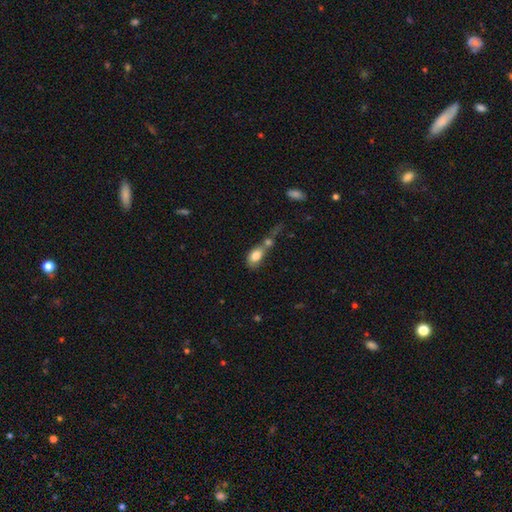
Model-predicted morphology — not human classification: Smooth or featured?
  - smooth: 78% *
  - featured or disk: 14%
  - star or artifact: 8%
How rounded?
  - in between: 78% *
  - round: 18%
  - cigar-shaped: 4%
Merging?
  - merger: 60% *
  - none: 19%
  - major disturbance: 11%
  - minor disturbance: 10%